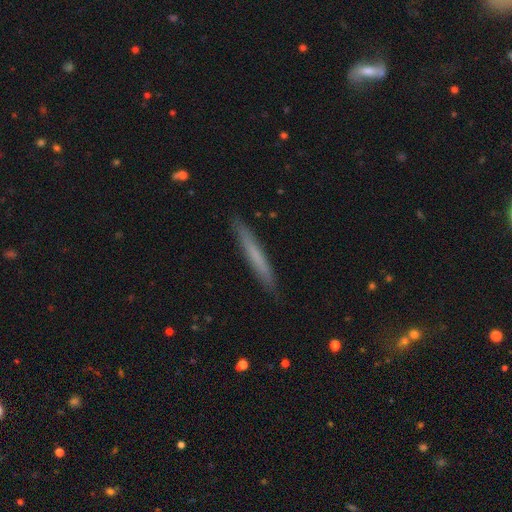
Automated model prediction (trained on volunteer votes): Smooth or featured? smooth (62%)
How rounded? cigar-shaped (96%)
Merging? none (90%)